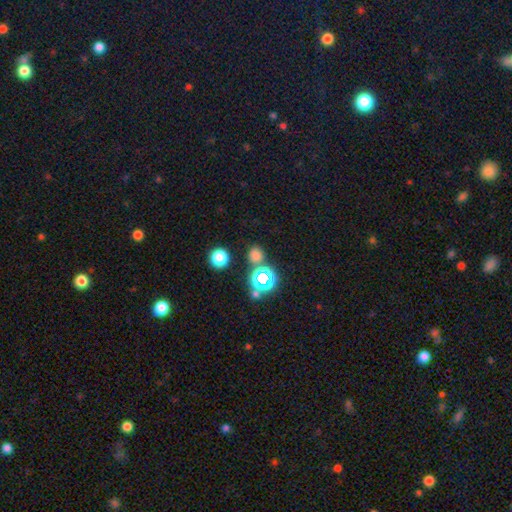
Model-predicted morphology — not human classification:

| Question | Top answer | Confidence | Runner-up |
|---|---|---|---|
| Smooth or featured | smooth | 63% | star or artifact (31%) |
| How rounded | round | 81% | in between (18%) |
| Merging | none | 75% | merger (13%) |